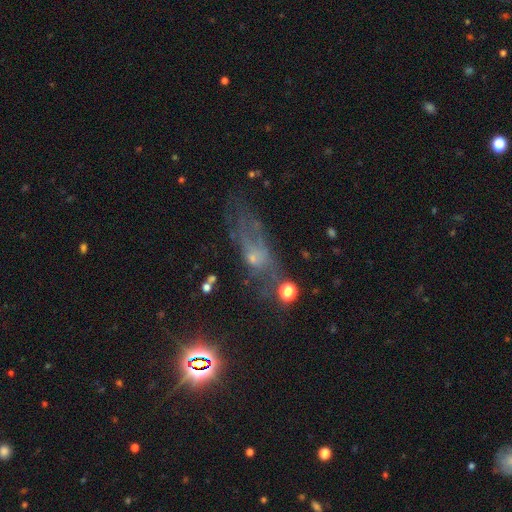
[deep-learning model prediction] Q: Smooth or featured?
A: featured or disk (45%); runner-up: smooth (31%)
Q: Merging?
A: none (42%); runner-up: major disturbance (30%)